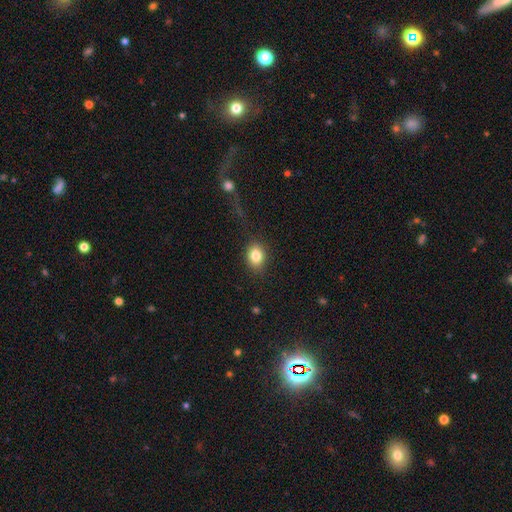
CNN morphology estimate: Smooth or featured: smooth — 83% (star or artifact — 9%)
How rounded: in between — 58% (round — 41%)
Merging: none — 83% (minor disturbance — 11%)